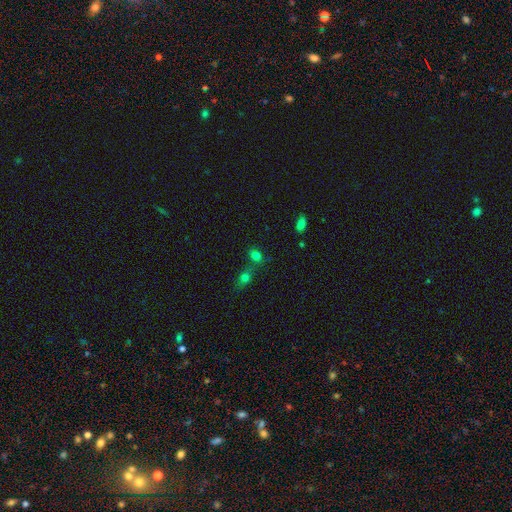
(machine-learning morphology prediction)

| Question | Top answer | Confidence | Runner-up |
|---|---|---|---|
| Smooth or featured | smooth | 75% | star or artifact (18%) |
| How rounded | in between | 51% | round (47%) |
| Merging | none | 54% | merger (32%) |